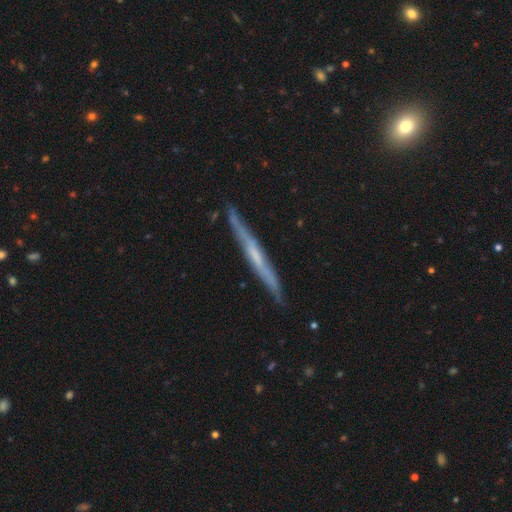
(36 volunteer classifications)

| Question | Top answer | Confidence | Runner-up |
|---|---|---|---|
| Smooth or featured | featured or disk | 67% | smooth (33%) |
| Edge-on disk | yes | 96% | no (4%) |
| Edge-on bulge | none | 57% | rounded (26%) |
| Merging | none | 89% | minor disturbance (6%) |